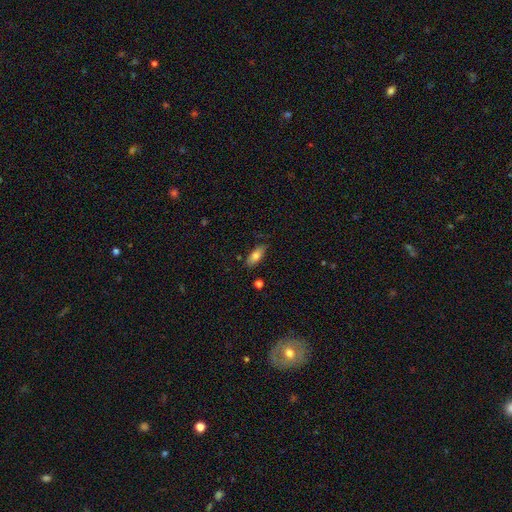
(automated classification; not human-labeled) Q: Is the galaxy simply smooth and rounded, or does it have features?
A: smooth — 75%.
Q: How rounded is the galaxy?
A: in between — 79%.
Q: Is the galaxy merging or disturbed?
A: none — 79%.